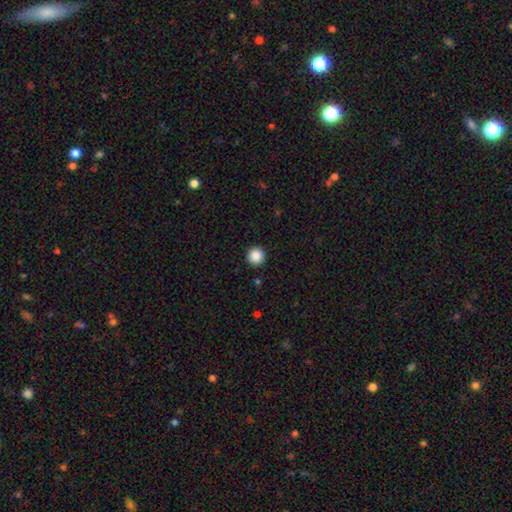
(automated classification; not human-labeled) Morphology: type=smooth (88%); roundness=round (96%); merging=none (92%).